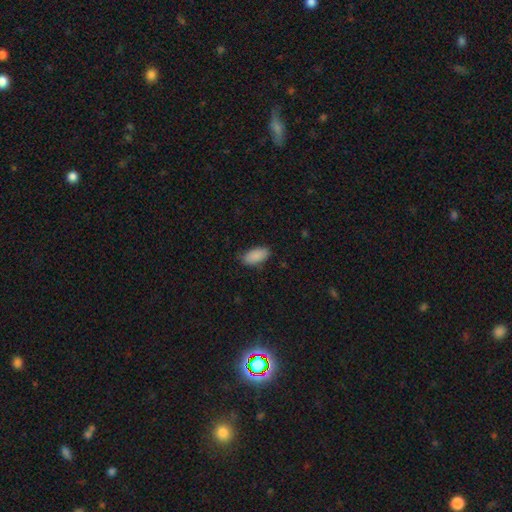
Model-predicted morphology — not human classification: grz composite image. It shows a smooth galaxy with no disk features (89%) that is in between round and cigar-shaped (93%). Merging: none (82%).